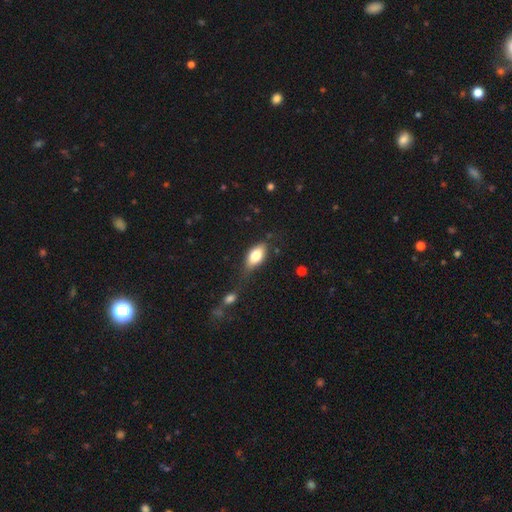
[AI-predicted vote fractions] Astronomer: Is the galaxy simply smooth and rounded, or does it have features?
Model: smooth — 76%.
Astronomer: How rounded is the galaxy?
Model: in between — 88%.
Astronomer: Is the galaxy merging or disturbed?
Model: none — 61%.